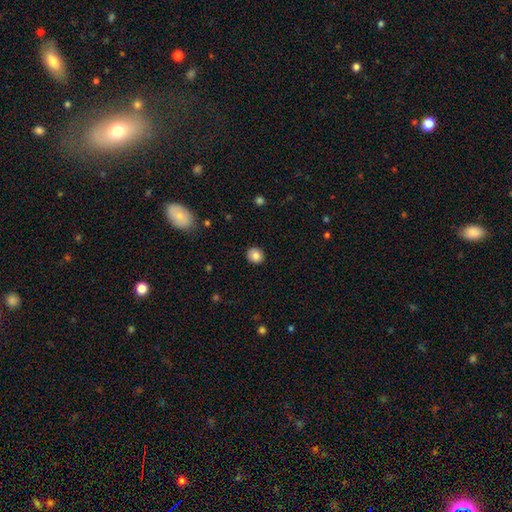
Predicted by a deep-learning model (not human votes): smooth_or_featured: smooth (p=0.82) [alt: star or artifact p=0.09]
how_rounded: round (p=0.86) [alt: in between p=0.13]
merging: none (p=0.90) [alt: minor disturbance p=0.07]